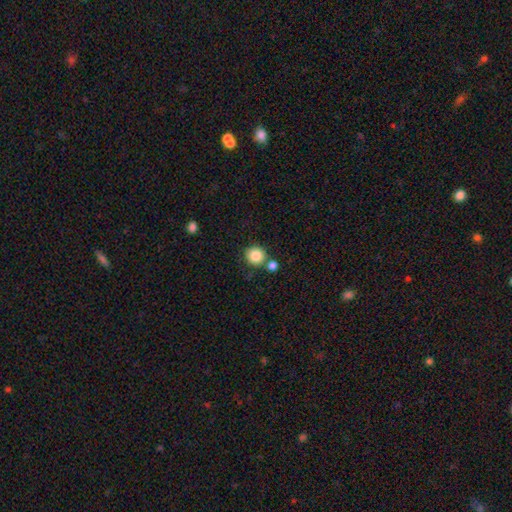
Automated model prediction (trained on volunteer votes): Smooth or featured? Predicted: smooth (p=0.85). How rounded? Predicted: round (p=0.91). Merging? Predicted: none (p=0.72).